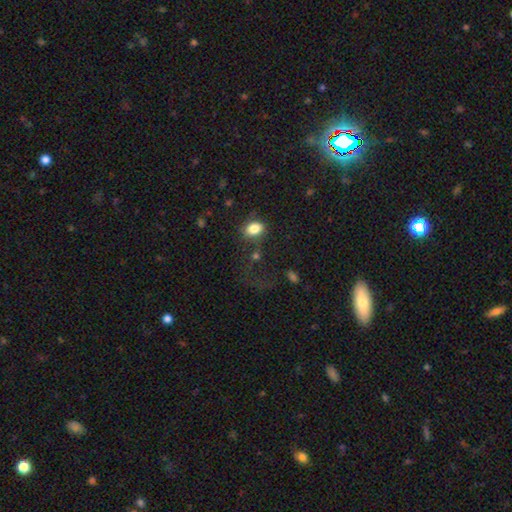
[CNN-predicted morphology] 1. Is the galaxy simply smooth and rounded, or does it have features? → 72% smooth, 20% star or artifact, 8% featured or disk.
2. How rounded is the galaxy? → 59% in between, 39% round, 2% cigar-shaped.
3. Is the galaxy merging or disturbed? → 69% none, 13% minor disturbance, 11% major disturbance, 7% merger.